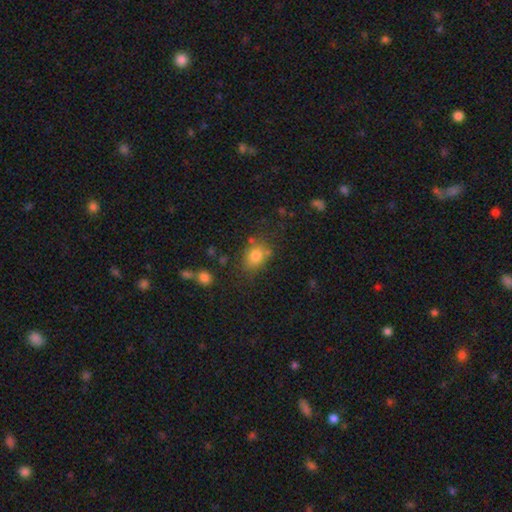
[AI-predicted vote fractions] Smooth or featured? smooth (80%)
How rounded? in between (57%)
Merging? none (67%)